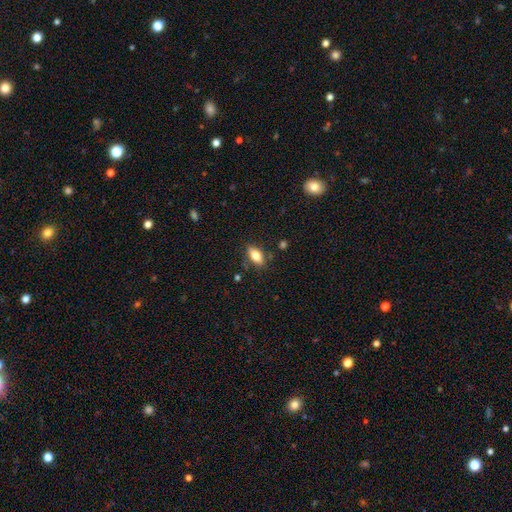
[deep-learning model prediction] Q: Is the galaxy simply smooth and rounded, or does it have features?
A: smooth — 76%.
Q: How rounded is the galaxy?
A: in between — 85%.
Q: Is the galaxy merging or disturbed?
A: none — 80%.